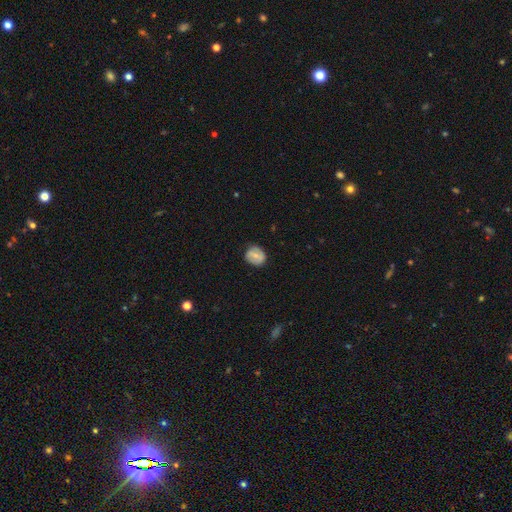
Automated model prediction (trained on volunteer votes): Q: Smooth or featured?
A: smooth (56%); runner-up: featured or disk (36%)
Q: How rounded?
A: round (75%); runner-up: in between (24%)
Q: Merging?
A: none (78%); runner-up: minor disturbance (17%)